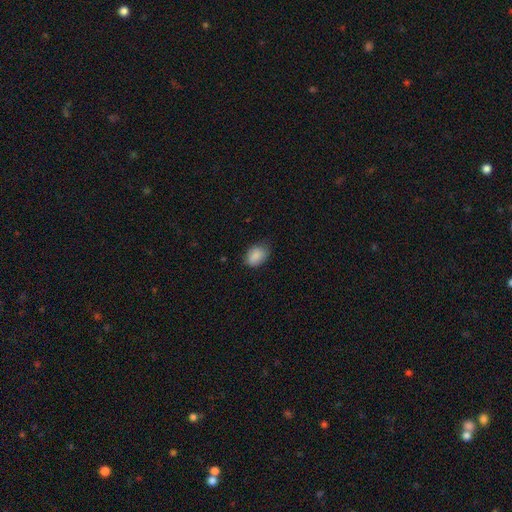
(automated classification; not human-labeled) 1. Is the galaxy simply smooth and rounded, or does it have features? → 88% smooth, 7% star or artifact, 5% featured or disk.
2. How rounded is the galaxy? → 81% in between, 17% round, 1% cigar-shaped.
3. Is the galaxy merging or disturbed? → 73% none, 23% minor disturbance, 4% major disturbance, 1% merger.